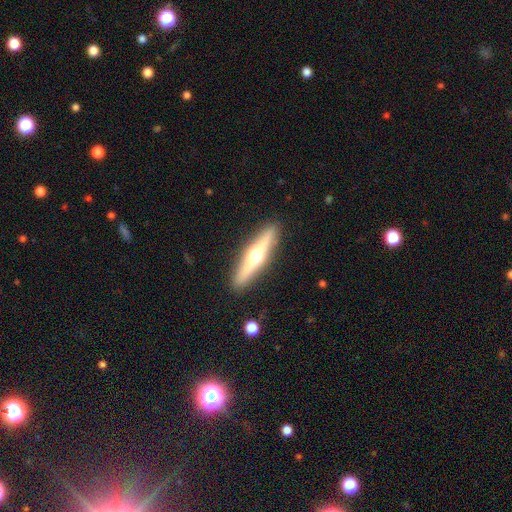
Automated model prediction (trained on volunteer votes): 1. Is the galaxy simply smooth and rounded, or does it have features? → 66% featured or disk, 29% smooth, 6% star or artifact.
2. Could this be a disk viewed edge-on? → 95% yes, 5% no.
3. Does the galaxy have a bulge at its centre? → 96% rounded, 2% none, 2% boxy.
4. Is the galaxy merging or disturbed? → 90% none, 6% minor disturbance, 2% major disturbance, 1% merger.